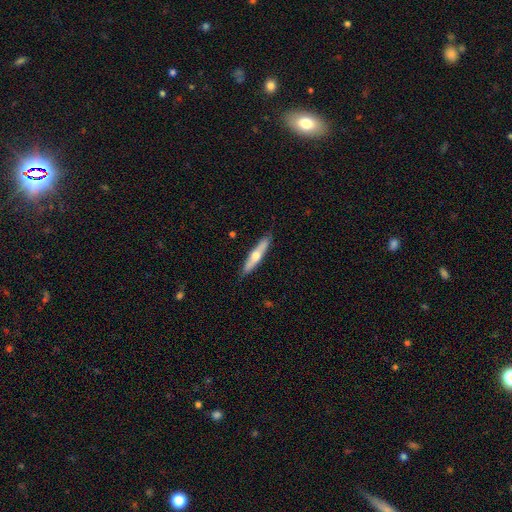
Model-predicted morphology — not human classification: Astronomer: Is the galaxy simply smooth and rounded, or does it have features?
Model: featured or disk — 47%, tied with smooth at 47%.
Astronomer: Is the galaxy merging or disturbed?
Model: none — 86%.